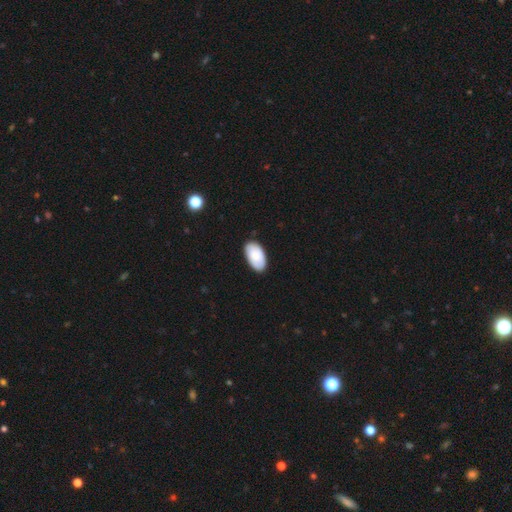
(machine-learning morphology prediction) smooth 78%, featured or disk 16%, star or artifact 6%. Down the decision tree: how rounded — in between (96%); merging — none (85%).